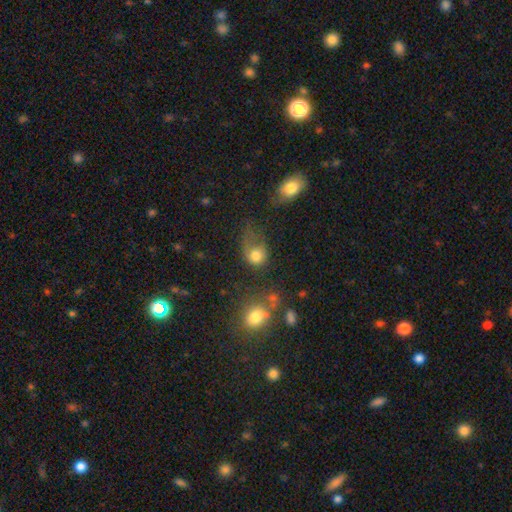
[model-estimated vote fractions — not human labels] Morphology: type=smooth (74%); roundness=round (66%); merging=major disturbance (36%).